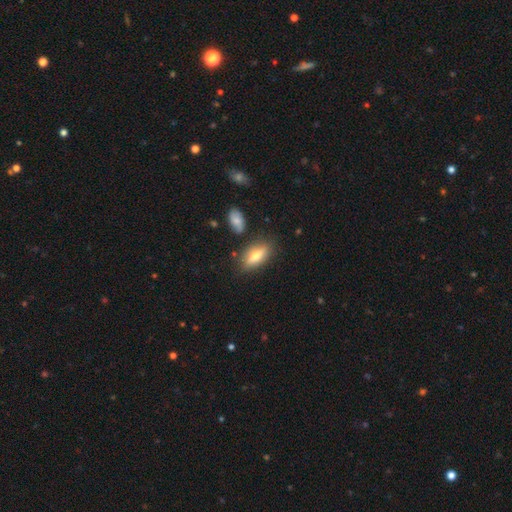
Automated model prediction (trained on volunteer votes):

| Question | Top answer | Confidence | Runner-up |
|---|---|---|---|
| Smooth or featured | smooth | 64% | featured or disk (29%) |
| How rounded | in between | 73% | cigar-shaped (23%) |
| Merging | none | 78% | minor disturbance (14%) |